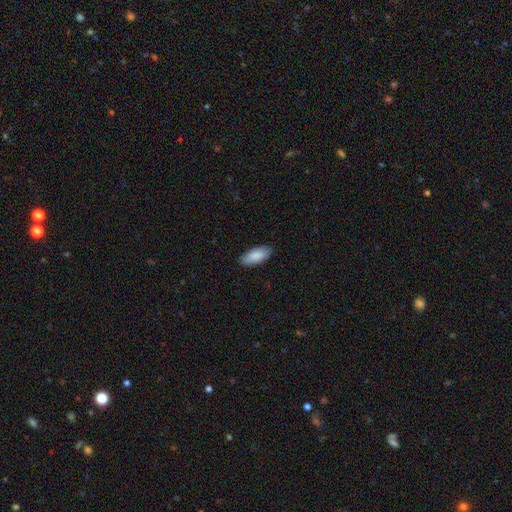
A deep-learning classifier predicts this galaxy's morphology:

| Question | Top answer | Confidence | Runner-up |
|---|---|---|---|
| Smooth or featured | smooth | 88% | featured or disk (6%) |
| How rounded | in between | 87% | cigar-shaped (11%) |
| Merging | none | 88% | minor disturbance (10%) |